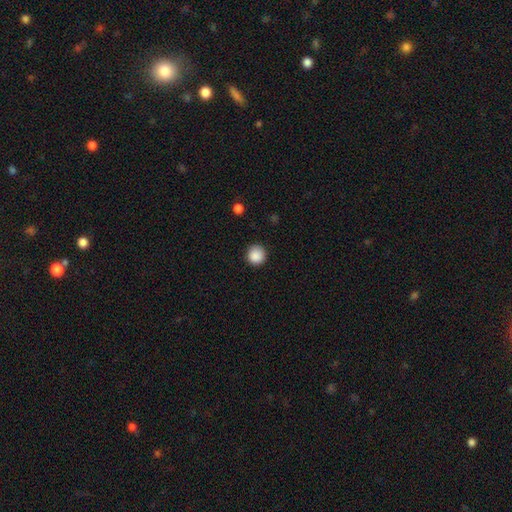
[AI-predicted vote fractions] A smooth galaxy with no disk features (88%) that is round (94%). Merging: none (89%).